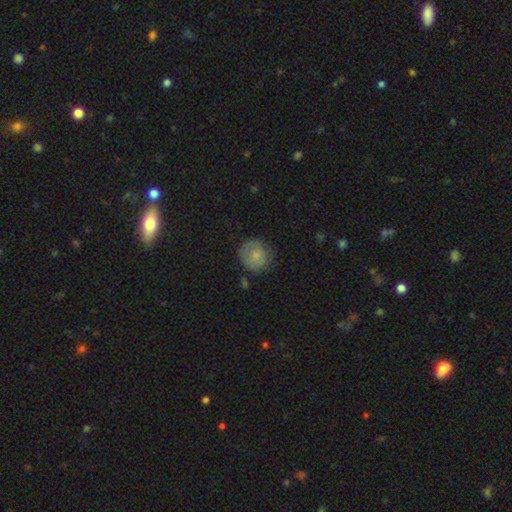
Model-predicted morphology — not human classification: This is likely a smooth galaxy (70%). How rounded: clearly round (88%). Merging: likely none (71%).